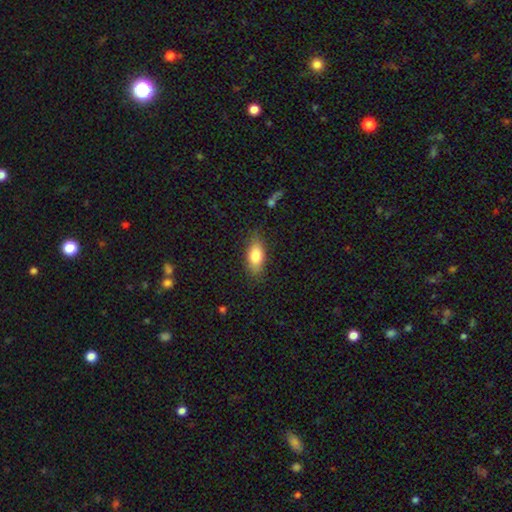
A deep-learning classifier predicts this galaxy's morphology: Smooth or featured? Predicted: smooth (p=0.78). How rounded? Predicted: in between (p=0.82). Merging? Predicted: none (p=0.80).